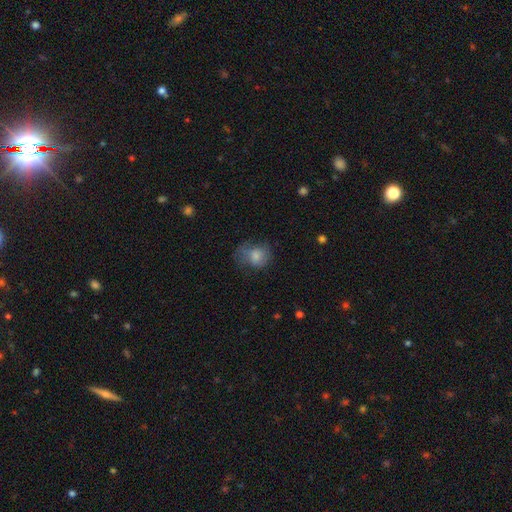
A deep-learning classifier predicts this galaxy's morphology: Smooth or featured? smooth (73%)
How rounded? round (57%)
Merging? none (41%)